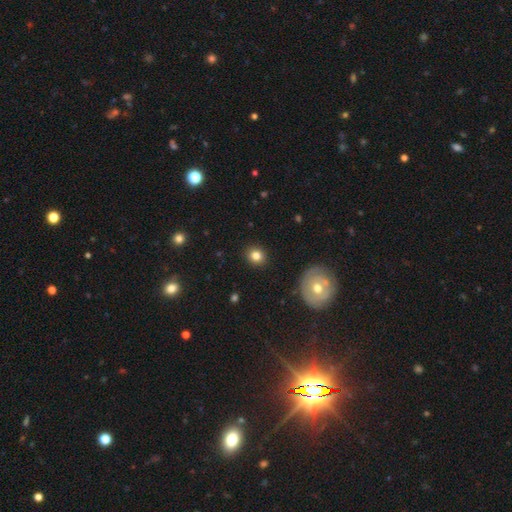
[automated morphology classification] This is clearly a smooth galaxy (81%). How rounded: clearly round (81%). Merging: clearly none (91%).